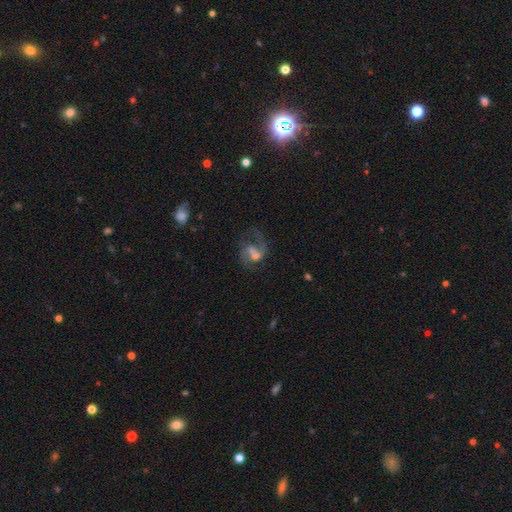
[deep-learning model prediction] smooth_or_featured: featured or disk (p=0.69) [alt: smooth p=0.20]
disk_edge_on: no (p=0.98) [alt: yes p=0.02]
bar: no (p=0.47) [alt: weak p=0.42]
has_spiral_arms: yes (p=0.81) [alt: no p=0.19]
spiral_winding: loose (p=0.53) [alt: medium p=0.38]
spiral_arm_count: 2 (p=0.69) [alt: 1 p=0.20]
bulge_size: moderate (p=0.40) [alt: small p=0.31]
merging: none (p=0.37) [alt: major disturbance p=0.25]